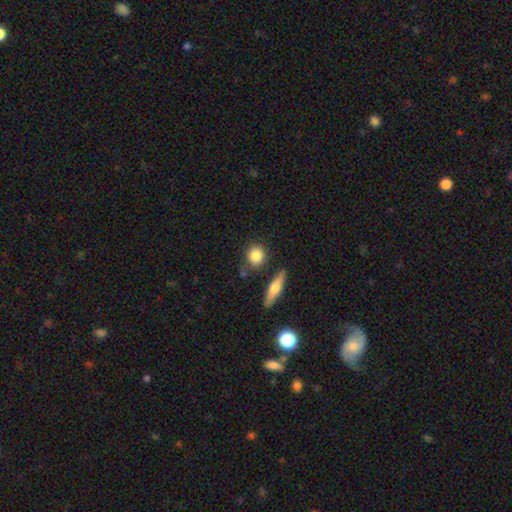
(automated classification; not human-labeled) A smooth galaxy with no disk features (83%) that is round (79%).

Vote fractions:
- Smooth or featured? smooth: 83% / featured or disk: 10% / star or artifact: 7%
- How rounded? round: 79% / in between: 17% / cigar-shaped: 4%
- Merging? none: 79% / minor disturbance: 11% / merger: 8% / major disturbance: 3%